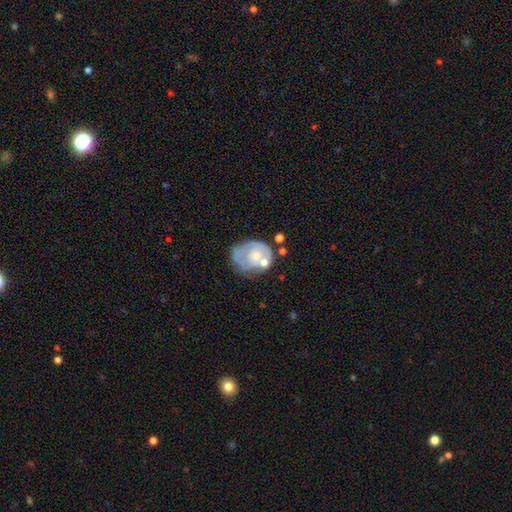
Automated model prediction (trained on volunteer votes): Smooth or featured?
  - featured or disk: 55% *
  - smooth: 38%
  - star or artifact: 7%
Edge-on disk?
  - no: 97% *
  - yes: 3%
Bar?
  - no: 86% *
  - weak: 12%
  - strong: 2%
Spiral arms?
  - no: 64% *
  - yes: 36%
Bulge size?
  - moderate: 49% *
  - small: 35%
  - none: 8%
  - large: 6%
  - dominant: 2%
Merging?
  - none: 39% *
  - minor disturbance: 26%
  - major disturbance: 18%
  - merger: 17%